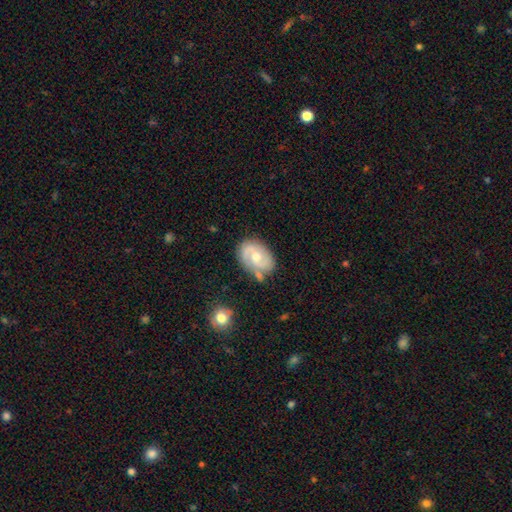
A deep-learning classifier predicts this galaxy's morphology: A featured or disk galaxy (69%) with no bar (63%), 2 (71%) tight (43%) spiral arms (86%) and a moderate central bulge (65%). Merging: none (68%).